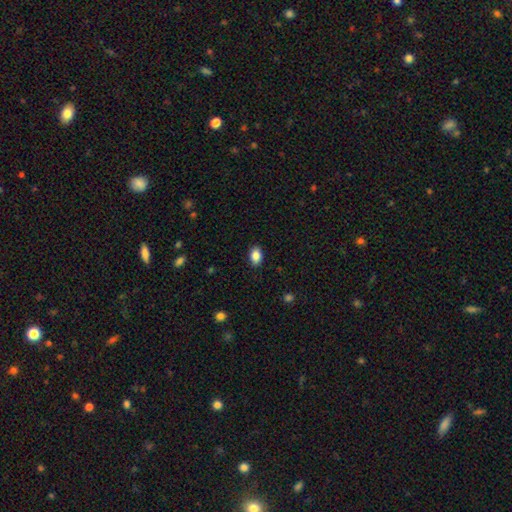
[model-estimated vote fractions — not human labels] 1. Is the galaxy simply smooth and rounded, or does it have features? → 87% smooth, 8% star or artifact, 5% featured or disk.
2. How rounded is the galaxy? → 86% in between, 13% round, 1% cigar-shaped.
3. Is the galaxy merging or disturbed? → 89% none, 8% minor disturbance, 2% major disturbance, 1% merger.